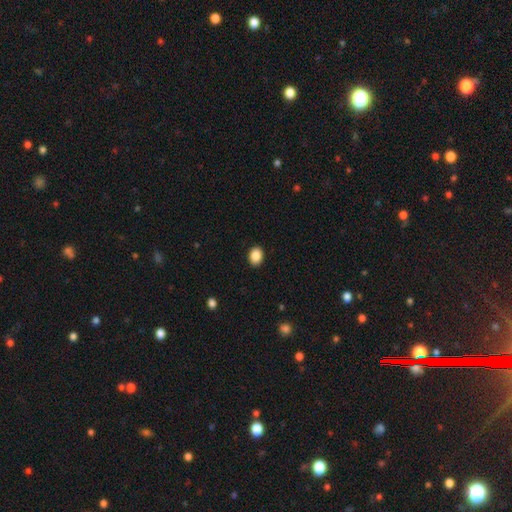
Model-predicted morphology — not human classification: The model was most divided on "how rounded": in between: 69%, round: 30%, cigar-shaped: 1%. More confident: merging — none (90%); smooth or featured — smooth (88%).